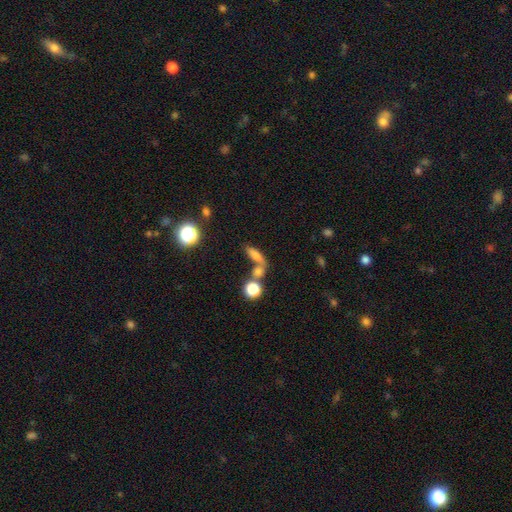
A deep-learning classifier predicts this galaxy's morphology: A smooth galaxy with no disk features (70%) that is in between round and cigar-shaped (49%).

Vote fractions:
- Smooth or featured? smooth: 70% / featured or disk: 16% / star or artifact: 15%
- How rounded? in between: 49% / cigar-shaped: 36% / round: 14%
- Merging? merger: 41% / none: 39% / minor disturbance: 11% / major disturbance: 9%